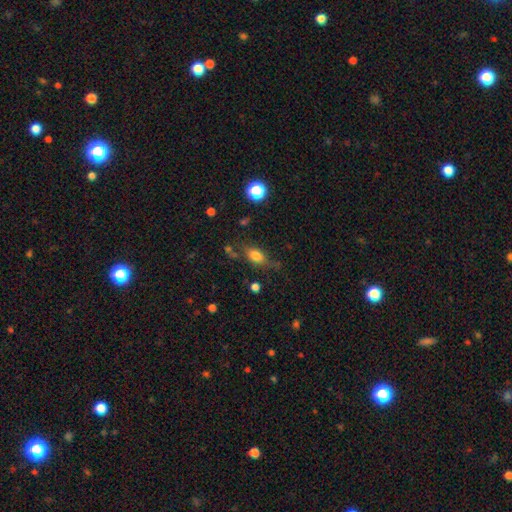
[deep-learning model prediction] smooth_or_featured: smooth (p=0.76) [alt: featured or disk p=0.13]
how_rounded: in between (p=0.79) [alt: round p=0.14]
merging: none (p=0.63) [alt: minor disturbance p=0.22]